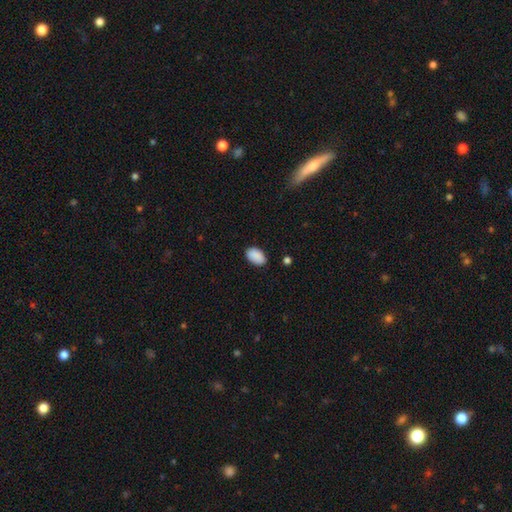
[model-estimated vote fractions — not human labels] smooth_or_featured: smooth (p=0.90) [alt: star or artifact p=0.07]
how_rounded: in between (p=0.92) [alt: round p=0.07]
merging: none (p=0.86) [alt: minor disturbance p=0.11]